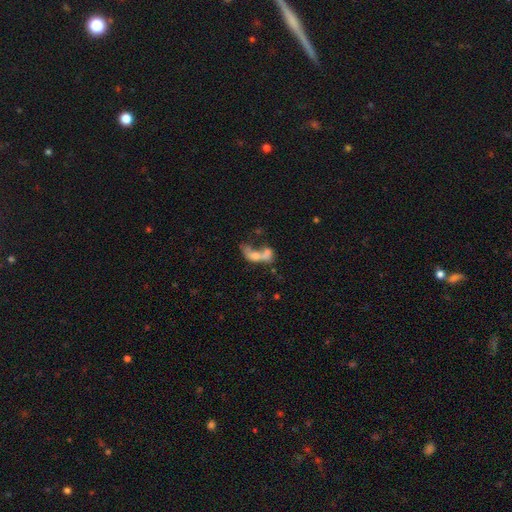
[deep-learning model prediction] Q: Smooth or featured?
A: smooth (42%); tied with: featured or disk (42%)
Q: Merging?
A: merger (64%); runner-up: none (16%)